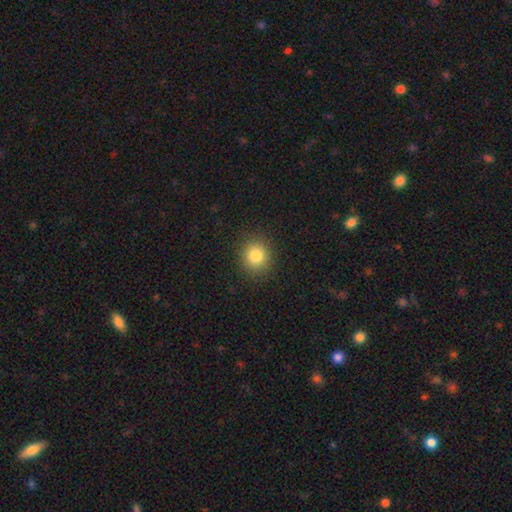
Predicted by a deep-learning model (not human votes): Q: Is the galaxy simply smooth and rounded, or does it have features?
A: smooth — 82%.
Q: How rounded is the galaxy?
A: round — 85%.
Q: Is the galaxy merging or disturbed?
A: none — 89%.